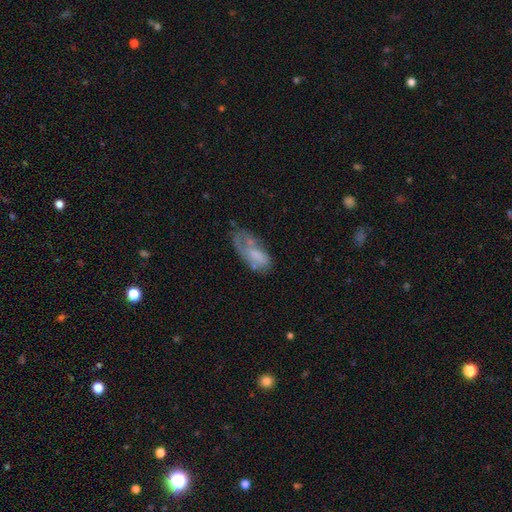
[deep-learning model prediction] Smooth or featured? Predicted: smooth (p=0.58). How rounded? Predicted: in between (p=0.88). Merging? Predicted: none (p=0.33).